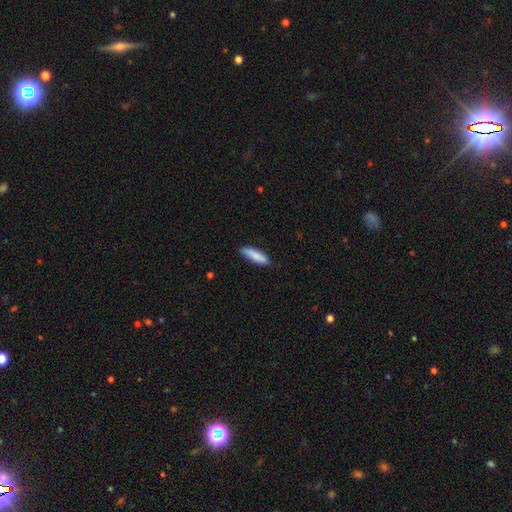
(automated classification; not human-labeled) This is clearly a smooth galaxy (86%). How rounded: likely cigar-shaped (66%). Merging: clearly none (83%).